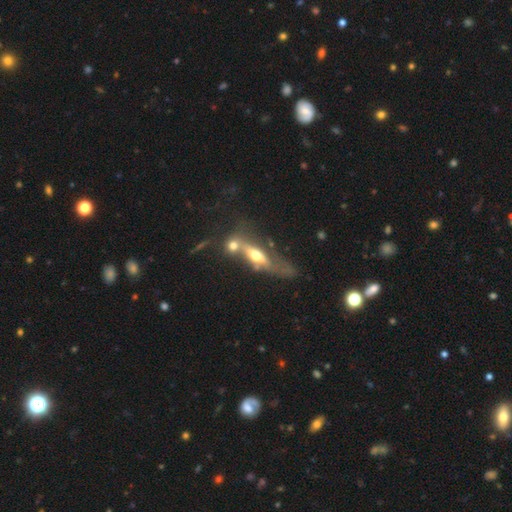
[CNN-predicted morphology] The model was most divided on "smooth or featured": featured or disk: 53%, smooth: 37%, star or artifact: 9%. Remaining: edge-on disk — yes (60%); merging — merger (44%).